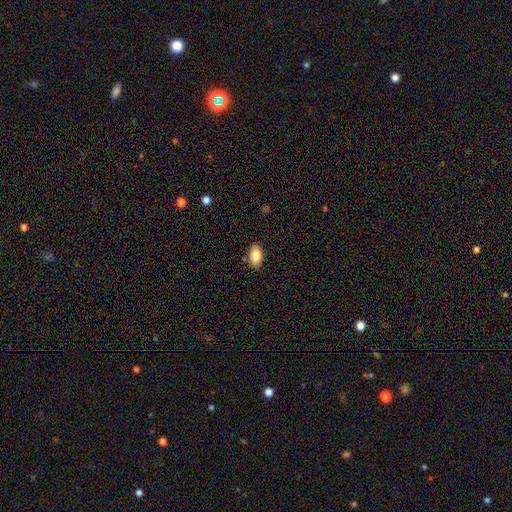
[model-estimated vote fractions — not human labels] The model was most divided on "smooth or featured": smooth: 84%, featured or disk: 9%, star or artifact: 7%. More confident: how rounded — in between (93%); merging — none (86%).